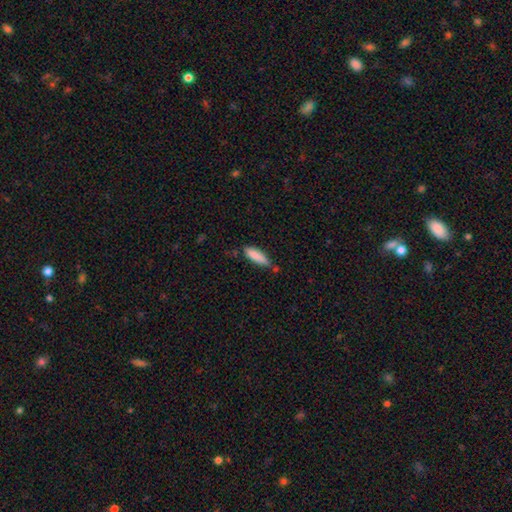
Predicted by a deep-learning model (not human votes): Overall: smooth (86%). How rounded: cigar-shaped (57%; in between 42%). Merging: none (60%; minor disturbance 28%).